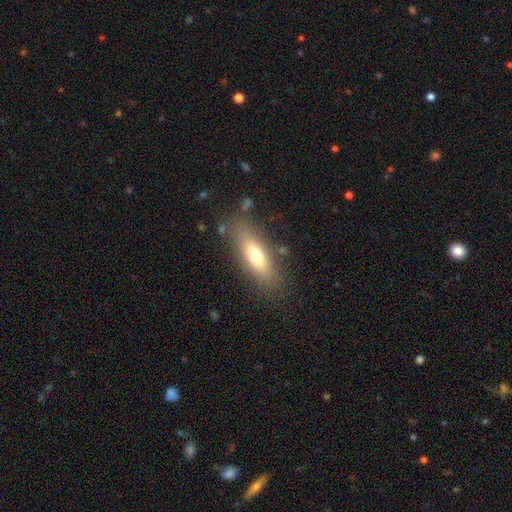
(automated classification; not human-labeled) Overall: smooth (63%; featured or disk 29%). How rounded: in between (50%; cigar-shaped 47%). Merging: none (80%).